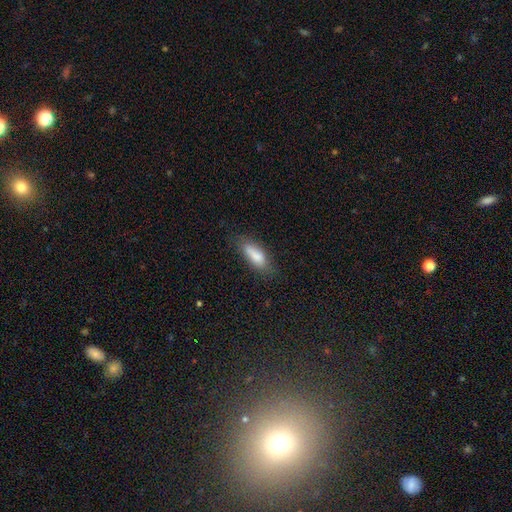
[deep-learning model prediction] smooth-or-featured: smooth: 81% | featured or disk: 12% | star or artifact: 8%
  how-rounded: in between: 67% | cigar-shaped: 30% | round: 2%
  merging: none: 65% | minor disturbance: 24% | major disturbance: 7% | merger: 4%